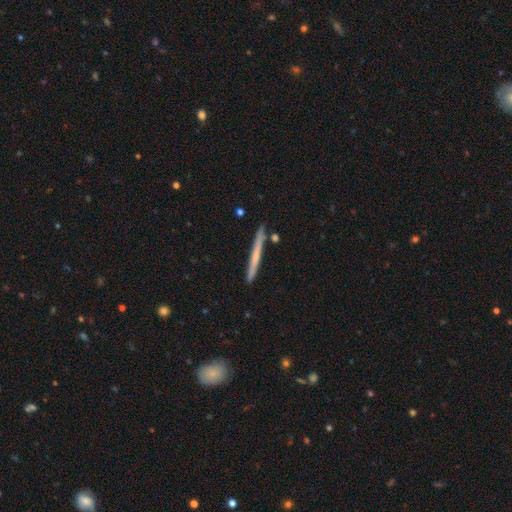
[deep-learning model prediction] Morphology: type=smooth (49%); merging=none (88%).